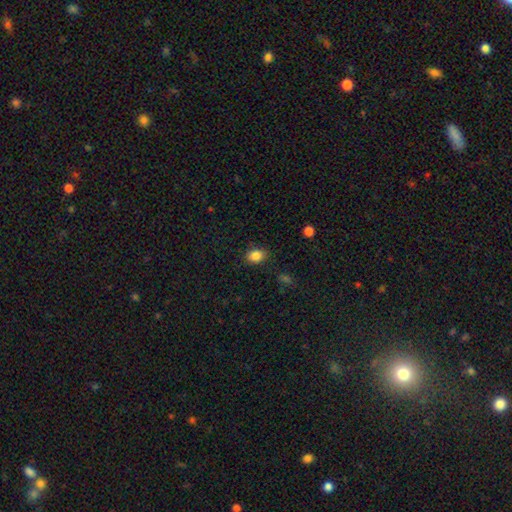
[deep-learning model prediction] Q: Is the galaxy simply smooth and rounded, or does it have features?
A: smooth — 85%.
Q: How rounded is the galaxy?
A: in between — 58%.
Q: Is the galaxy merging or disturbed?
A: none — 85%.